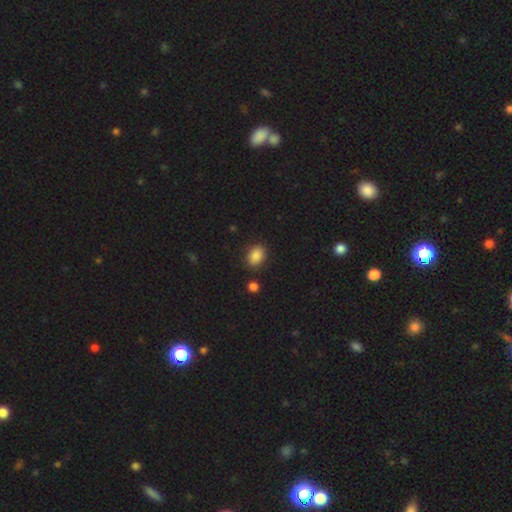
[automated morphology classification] A smooth galaxy with no disk features (86%) that is in between round and cigar-shaped (70%). Merging: none (84%).